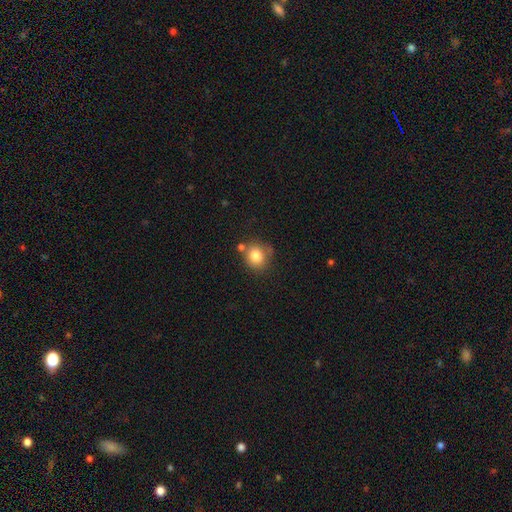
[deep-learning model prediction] This appears to be a smooth galaxy with no disk features (81%) that is round (83%). Merging: none (66%).